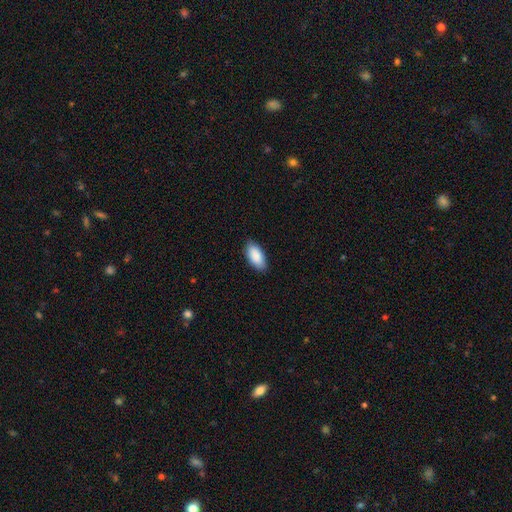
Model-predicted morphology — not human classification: A smooth galaxy with no disk features (90%) that is in between round and cigar-shaped (93%). Merging: none (87%).